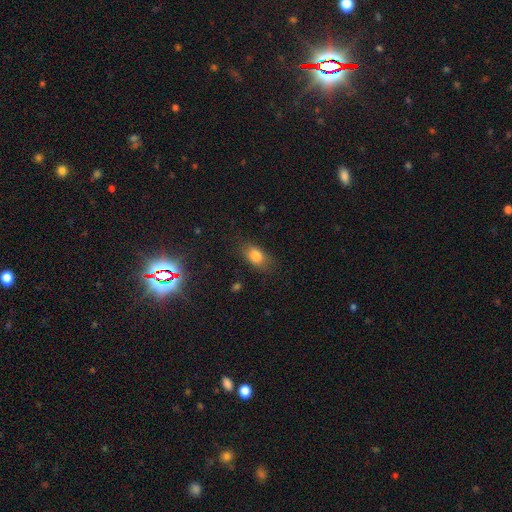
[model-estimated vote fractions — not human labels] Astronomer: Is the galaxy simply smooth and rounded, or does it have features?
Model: smooth — 81%.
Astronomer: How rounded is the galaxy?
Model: in between — 80%.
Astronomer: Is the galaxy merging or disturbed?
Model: none — 79%.